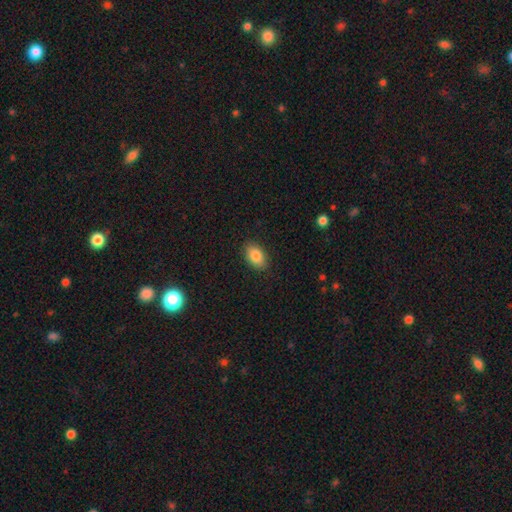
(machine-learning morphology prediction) smooth-or-featured: smooth: 85% | featured or disk: 8% | star or artifact: 7%
  how-rounded: in between: 90% | round: 8% | cigar-shaped: 2%
  merging: none: 88% | minor disturbance: 9% | major disturbance: 2% | merger: 1%